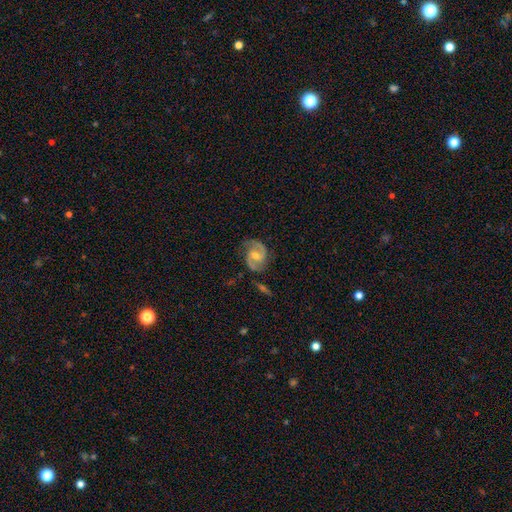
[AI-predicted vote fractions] Smooth or featured? featured or disk (89%)
Edge-on disk? no (98%)
Bar? weak (45%)
Spiral arms? yes (97%)
Spiral winding? medium (58%)
Spiral arm count? 2 (93%)
Bulge size? moderate (62%)
Merging? none (78%)